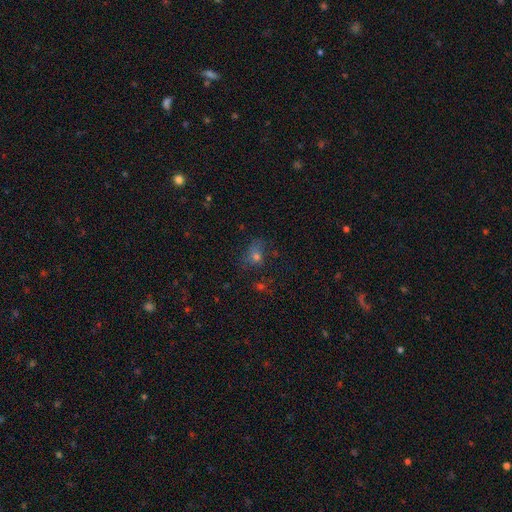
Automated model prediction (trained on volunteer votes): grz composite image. It shows a smooth galaxy with no disk features (53%) that is round (51%). Merging: none (59%).